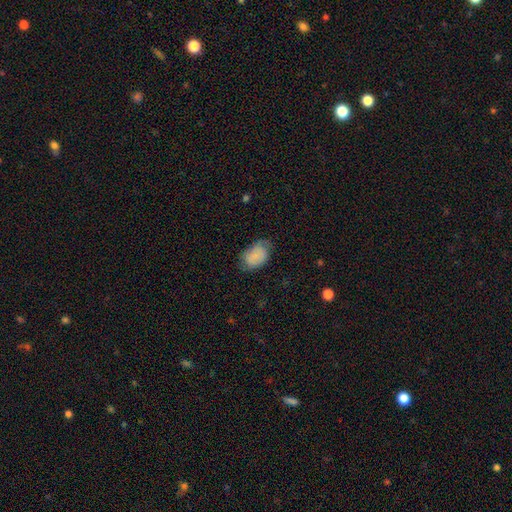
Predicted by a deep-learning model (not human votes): smooth_or_featured: smooth (p=0.73) [alt: featured or disk p=0.19]
how_rounded: in between (p=0.87) [alt: round p=0.11]
merging: none (p=0.54) [alt: minor disturbance p=0.33]